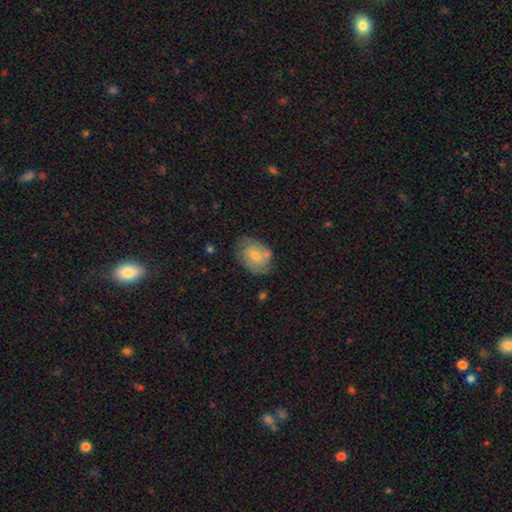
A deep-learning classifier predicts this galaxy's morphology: Smooth or featured?
  - smooth: 51% *
  - featured or disk: 40%
  - star or artifact: 9%
How rounded?
  - in between: 72% *
  - round: 27%
  - cigar-shaped: 1%
Merging?
  - none: 65% *
  - minor disturbance: 22%
  - merger: 7%
  - major disturbance: 6%